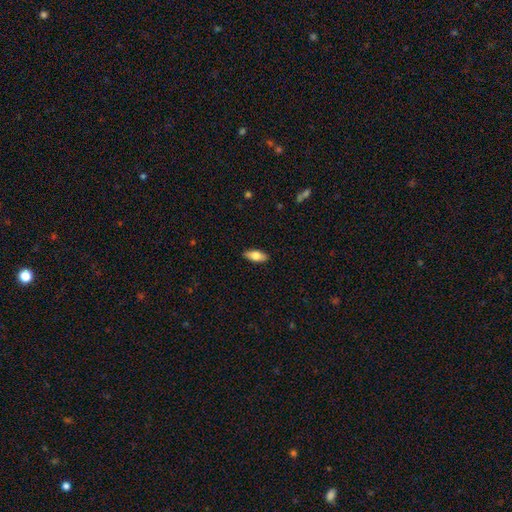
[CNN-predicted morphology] Smooth or featured? smooth (75%)
How rounded? in between (83%)
Merging? none (88%)